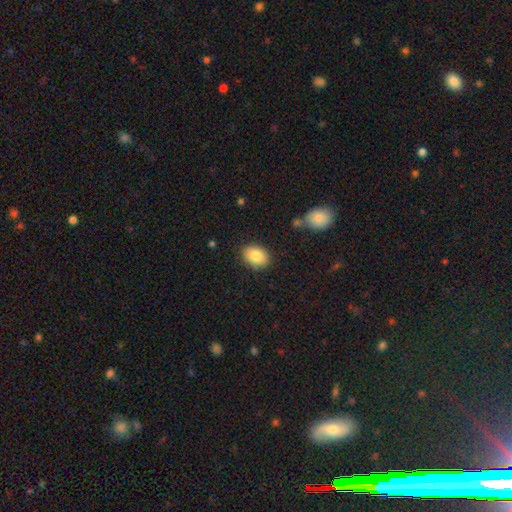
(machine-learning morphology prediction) Overall: smooth (85%). How rounded: in between (76%). Merging: none (85%).